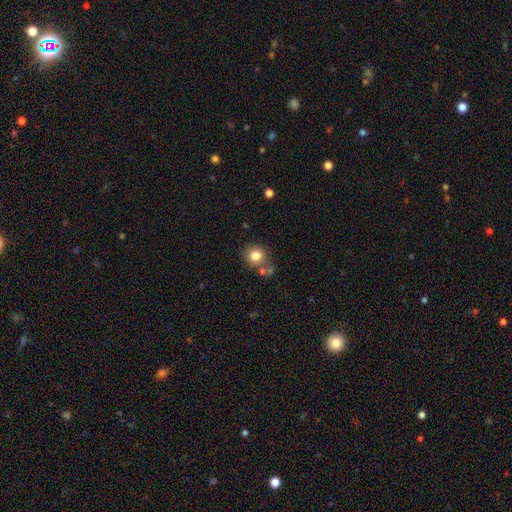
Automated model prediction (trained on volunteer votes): smooth-or-featured: smooth: 81% | star or artifact: 10% | featured or disk: 8%
  how-rounded: round: 83% | in between: 16% | cigar-shaped: 1%
  merging: none: 67% | merger: 16% | minor disturbance: 13% | major disturbance: 5%